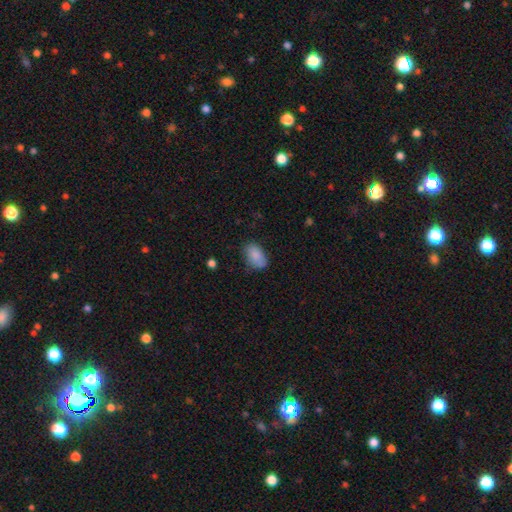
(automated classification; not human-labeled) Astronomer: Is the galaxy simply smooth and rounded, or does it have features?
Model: smooth — 87%.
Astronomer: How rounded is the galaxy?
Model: in between — 90%.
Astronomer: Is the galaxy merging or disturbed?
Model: none — 71%.